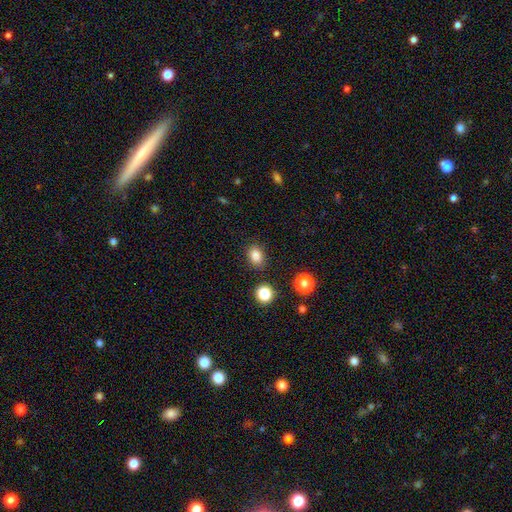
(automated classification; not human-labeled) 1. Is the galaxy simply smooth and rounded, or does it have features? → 82% smooth, 12% star or artifact, 6% featured or disk.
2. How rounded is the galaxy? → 57% in between, 42% round, 1% cigar-shaped.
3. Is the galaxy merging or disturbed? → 85% none, 9% minor disturbance, 3% merger, 3% major disturbance.